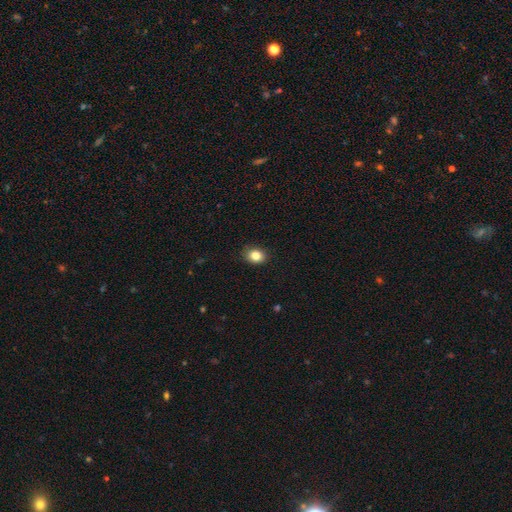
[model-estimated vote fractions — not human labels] Q: Smooth or featured?
A: smooth (84%); runner-up: star or artifact (10%)
Q: How rounded?
A: in between (53%); runner-up: round (46%)
Q: Merging?
A: none (88%); runner-up: minor disturbance (9%)